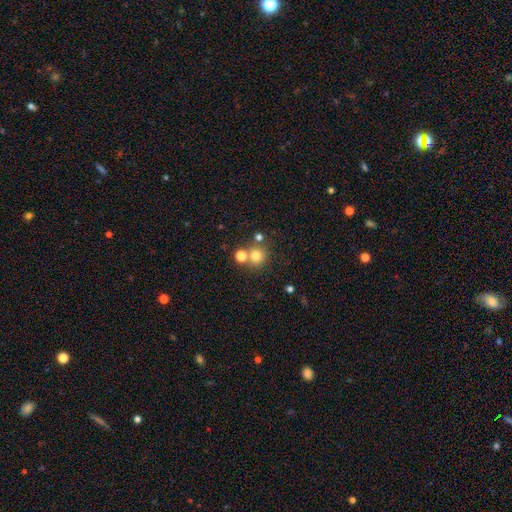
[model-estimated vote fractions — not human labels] Smooth or featured? smooth (75%)
How rounded? round (91%)
Merging? none (67%)